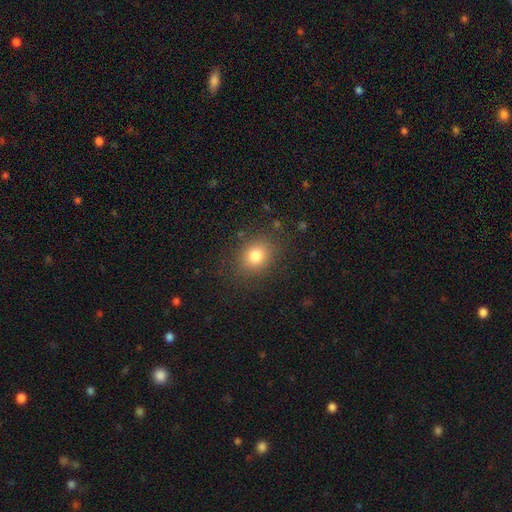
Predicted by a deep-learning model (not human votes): A smooth galaxy with no disk features (79%) that is round (61%). Merging: none (84%).